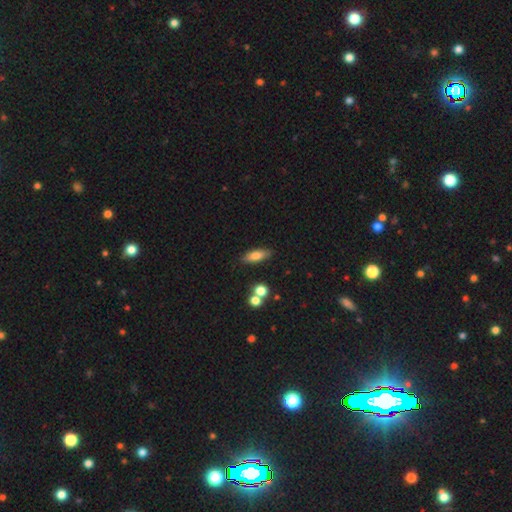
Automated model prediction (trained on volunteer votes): Smooth or featured?
  - smooth: 76% *
  - featured or disk: 16%
  - star or artifact: 8%
How rounded?
  - in between: 62% *
  - cigar-shaped: 34%
  - round: 4%
Merging?
  - none: 82% *
  - minor disturbance: 10%
  - merger: 5%
  - major disturbance: 3%